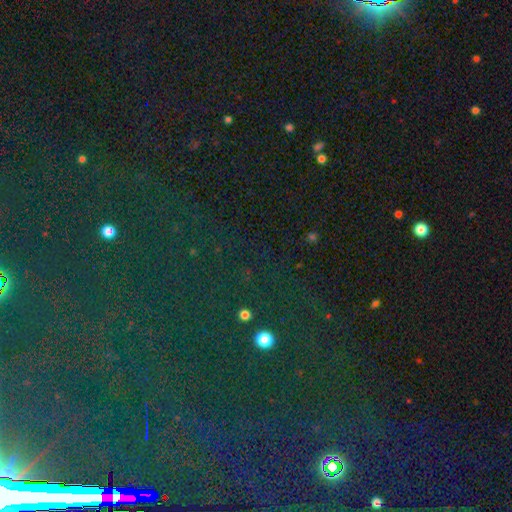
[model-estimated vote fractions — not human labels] Overall: star or artifact (82%).